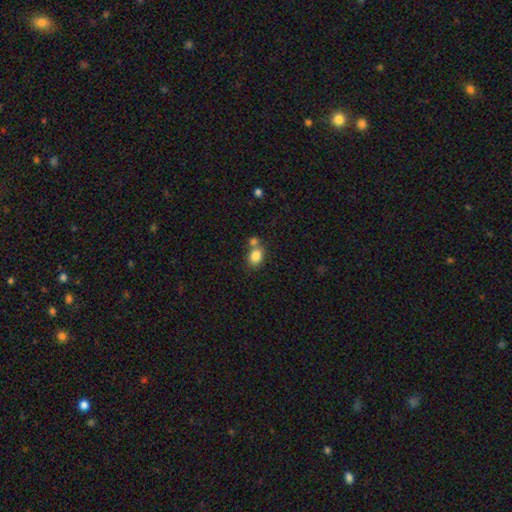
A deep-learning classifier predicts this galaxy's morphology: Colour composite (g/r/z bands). It shows a smooth galaxy with no disk features (83%) that is in between round and cigar-shaped (54%). Merging: none (50%).